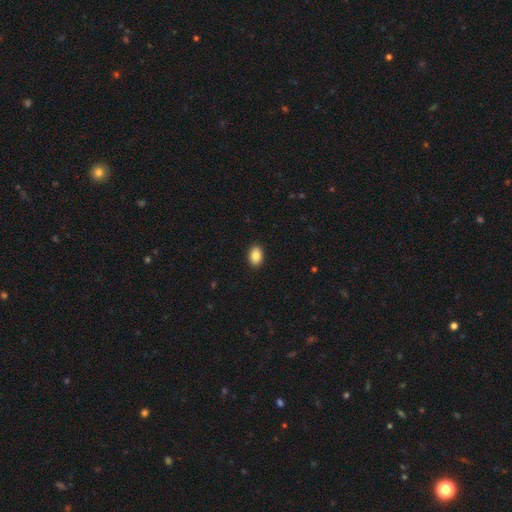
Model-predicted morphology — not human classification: The model was most divided on "how rounded": in between: 85%, round: 13%, cigar-shaped: 1%. More confident: merging — none (91%); smooth or featured — smooth (89%).